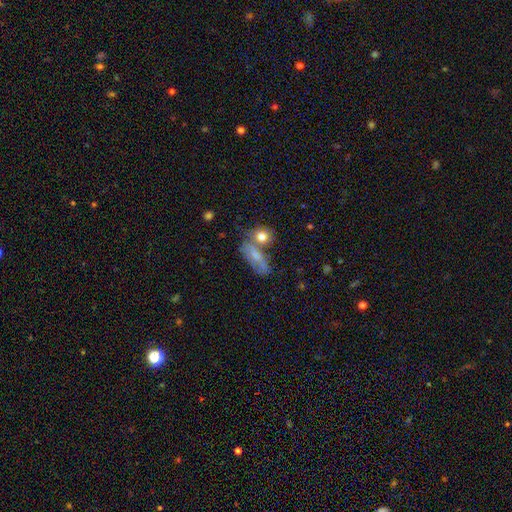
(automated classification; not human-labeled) The model was most divided on "merging": none: 39%, merger: 31%, minor disturbance: 19%, major disturbance: 11%. More confident: how rounded — in between (64%); smooth or featured — smooth (57%).